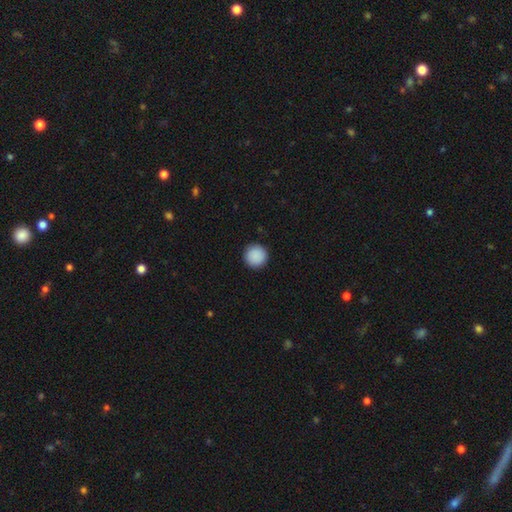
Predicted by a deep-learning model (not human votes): smooth 90%, star or artifact 7%, featured or disk 2%. Down the decision tree: how rounded — round (96%); merging — none (93%).